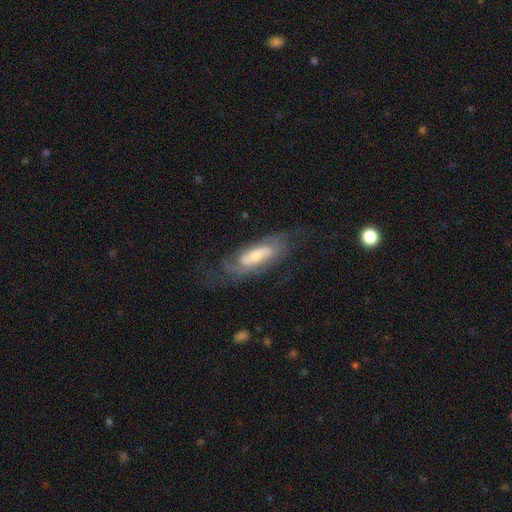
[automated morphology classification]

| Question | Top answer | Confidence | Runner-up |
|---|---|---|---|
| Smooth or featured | featured or disk | 70% | smooth (24%) |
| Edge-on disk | no | 83% | yes (17%) |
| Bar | no | 49% | weak (35%) |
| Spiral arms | yes | 86% | no (14%) |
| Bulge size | moderate | 48% | small (38%) |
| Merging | none | 62% | minor disturbance (20%) |